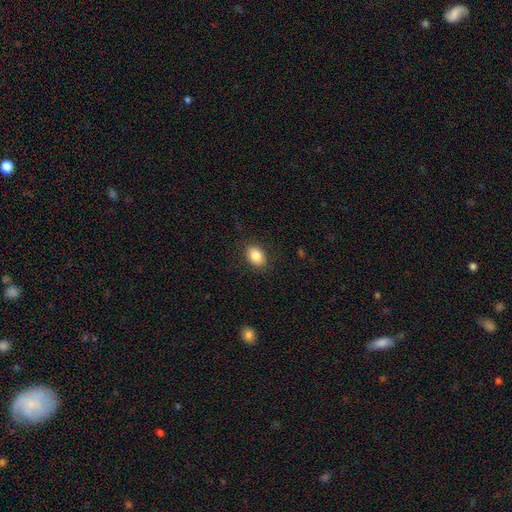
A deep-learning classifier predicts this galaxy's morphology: Overall: smooth (85%). How rounded: in between (77%). Merging: none (87%).